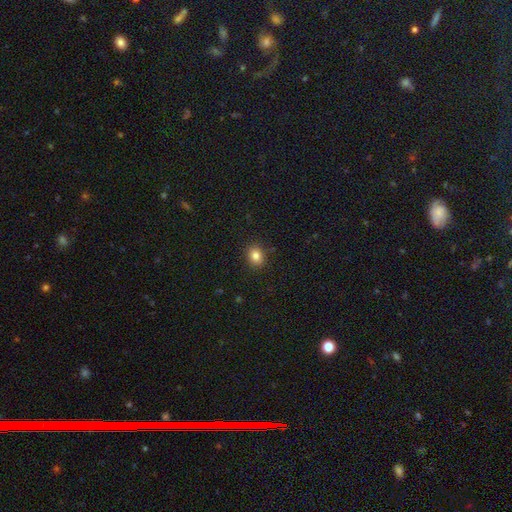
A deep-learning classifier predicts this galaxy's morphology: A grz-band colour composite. It shows a smooth galaxy with no disk features (83%) that is round (50%). Merging: none (89%).